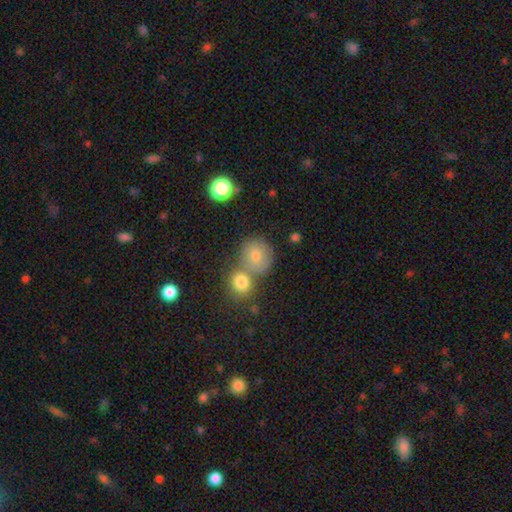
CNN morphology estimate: Smooth or featured? smooth (74%)
How rounded? round (84%)
Merging? none (54%)